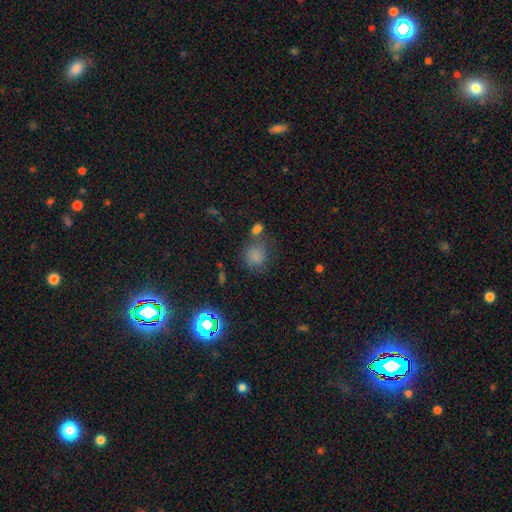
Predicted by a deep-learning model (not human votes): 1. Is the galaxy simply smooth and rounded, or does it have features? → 78% smooth, 15% star or artifact, 7% featured or disk.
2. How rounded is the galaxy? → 72% round, 26% in between, 1% cigar-shaped.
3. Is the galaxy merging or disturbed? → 58% none, 18% minor disturbance, 15% merger, 8% major disturbance.